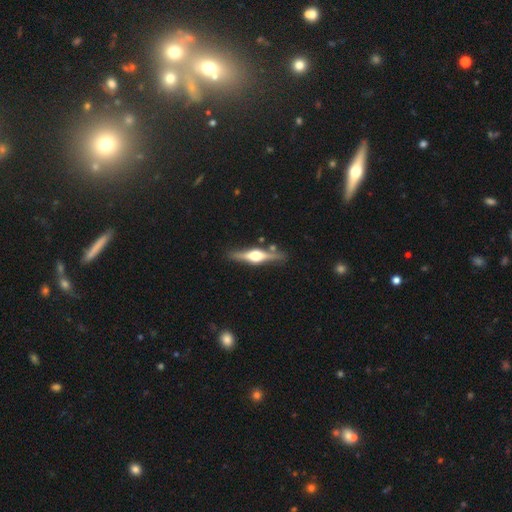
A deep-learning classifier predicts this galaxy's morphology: Overall: featured or disk (81%). Edge-on disk: yes (98%). Edge-on bulge: rounded (95%). Merging: none (85%).